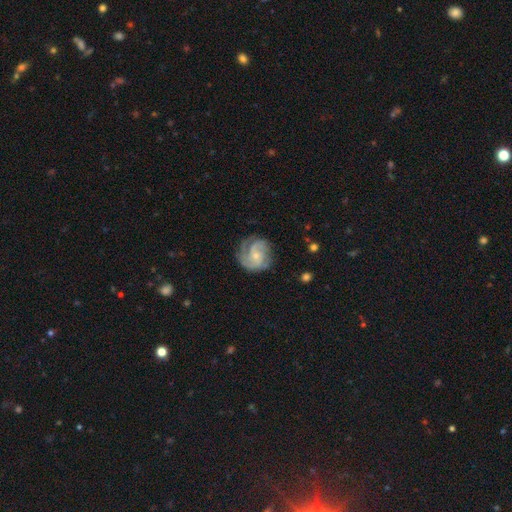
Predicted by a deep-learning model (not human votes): Smooth or featured? featured or disk (81%)
Edge-on disk? no (98%)
Bar? no (69%)
Spiral arms? yes (96%)
Spiral winding? tight (48%)
Spiral arm count? 3 (37%)
Bulge size? small (70%)
Merging? none (70%)